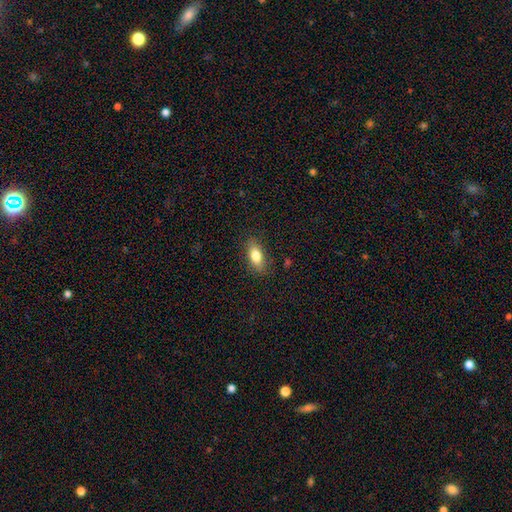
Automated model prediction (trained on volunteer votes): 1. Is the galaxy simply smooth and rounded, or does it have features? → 79% smooth, 13% featured or disk, 8% star or artifact.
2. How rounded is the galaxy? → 83% in between, 12% cigar-shaped, 5% round.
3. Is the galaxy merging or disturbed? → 83% none, 13% minor disturbance, 3% major disturbance, 1% merger.